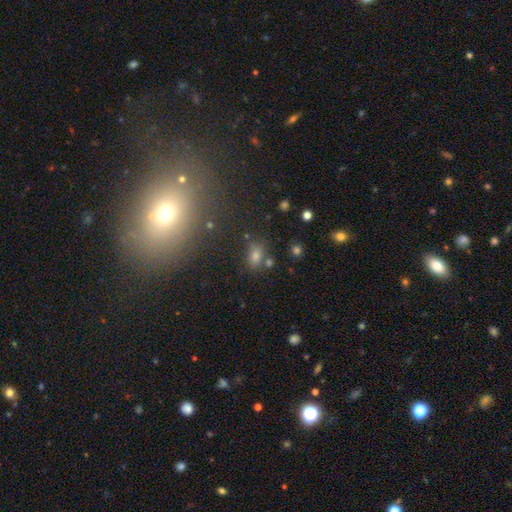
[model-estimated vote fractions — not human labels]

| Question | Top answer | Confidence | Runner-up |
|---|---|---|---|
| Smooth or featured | smooth | 62% | star or artifact (27%) |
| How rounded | in between | 74% | round (22%) |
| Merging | none | 72% | minor disturbance (13%) |